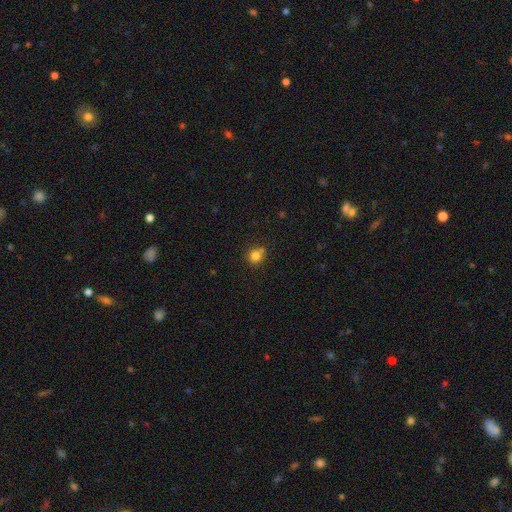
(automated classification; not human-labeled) A smooth galaxy with no disk features (81%) that is round (87%).

Vote fractions:
- Smooth or featured? smooth: 81% / star or artifact: 12% / featured or disk: 7%
- How rounded? round: 87% / in between: 12% / cigar-shaped: 1%
- Merging? none: 68% / minor disturbance: 15% / merger: 13% / major disturbance: 4%